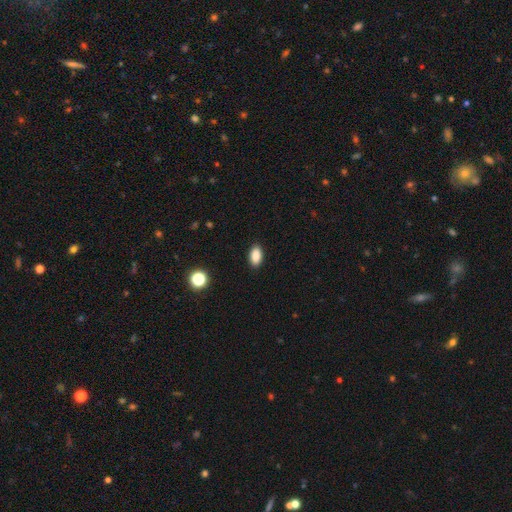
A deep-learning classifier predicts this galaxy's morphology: type=smooth (88%); roundness=in between (92%); merging=none (90%).